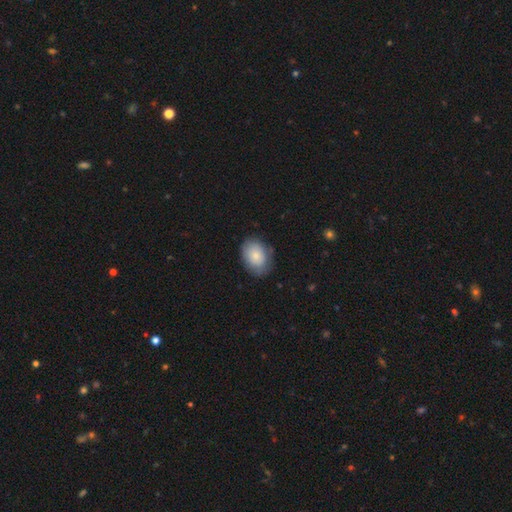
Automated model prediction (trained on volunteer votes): smooth 83%, featured or disk 10%, star or artifact 7%. Down the decision tree: how rounded — in between (73%); merging — none (77%).